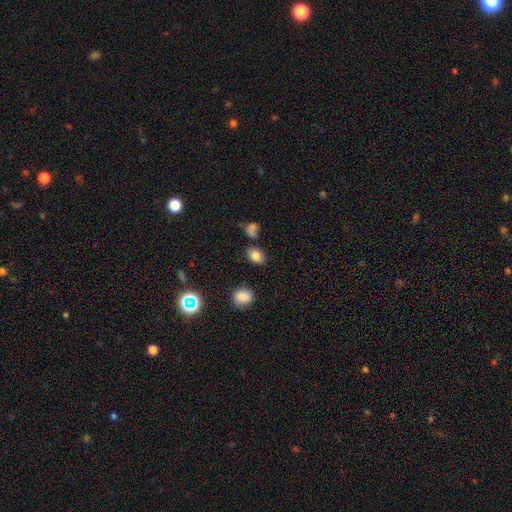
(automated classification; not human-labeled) Smooth or featured: smooth — 80% (star or artifact — 13%)
How rounded: in between — 73% (round — 26%)
Merging: none — 78% (minor disturbance — 13%)